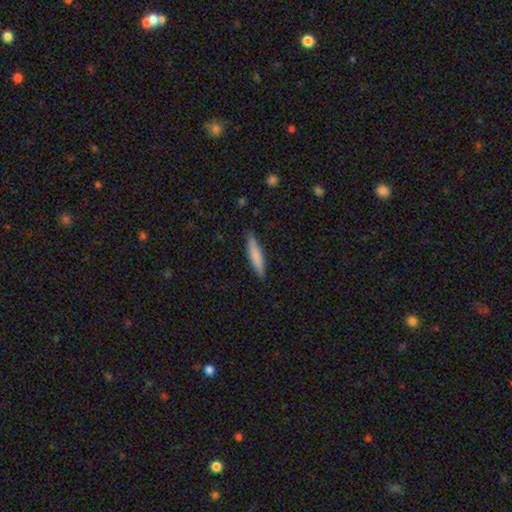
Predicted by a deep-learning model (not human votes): A smooth galaxy with no disk features (75%) that is cigar-shaped (89%). Merging: none (88%).